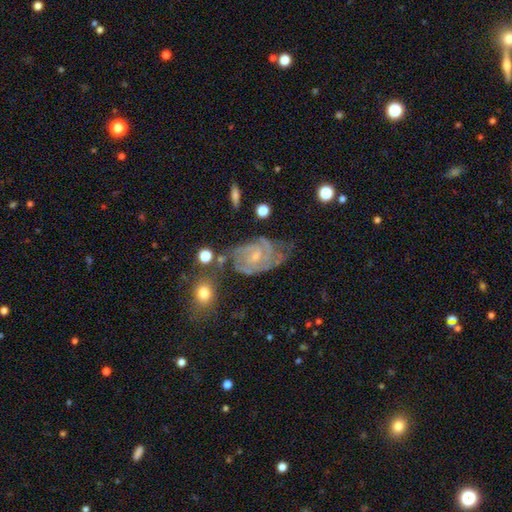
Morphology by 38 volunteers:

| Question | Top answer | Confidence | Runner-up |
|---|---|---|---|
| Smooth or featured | featured or disk | 95% | smooth (5%) |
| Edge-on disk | no | 100% | — |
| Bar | weak | 67% | no (31%) |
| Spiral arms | yes | 100% | — |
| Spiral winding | medium | 47% | tight (42%) |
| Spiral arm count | can't tell | 31% | 3 (28%) |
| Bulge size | small | 75% | moderate (25%) |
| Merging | minor disturbance | 47% | none (37%) |